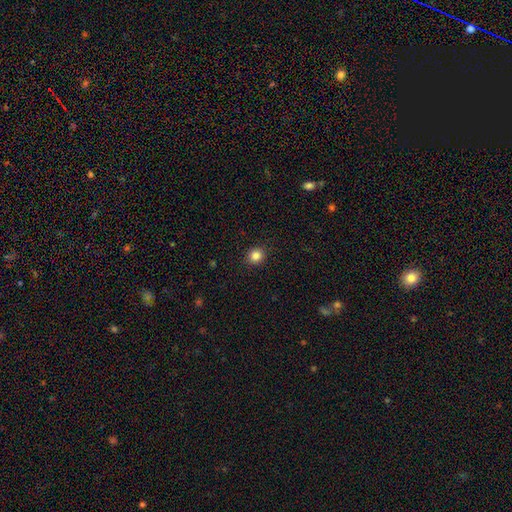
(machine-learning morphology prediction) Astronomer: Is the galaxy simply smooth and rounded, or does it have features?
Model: smooth — 85%.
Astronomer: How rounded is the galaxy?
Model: round — 83%.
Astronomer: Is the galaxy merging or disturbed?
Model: none — 91%.